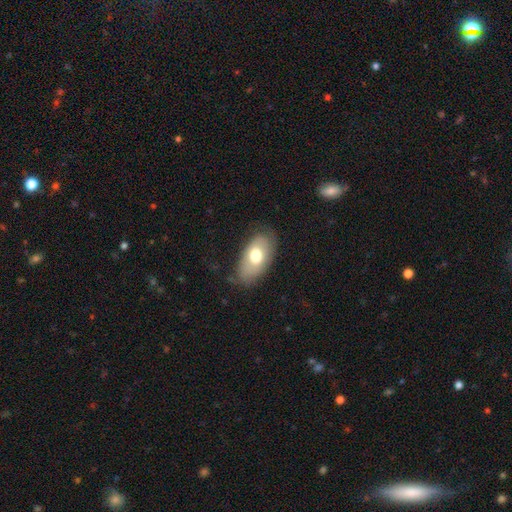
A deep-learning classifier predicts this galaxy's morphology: smooth_or_featured: smooth (p=0.65) [alt: featured or disk p=0.28]
how_rounded: in between (p=0.93) [alt: round p=0.04]
merging: none (p=0.67) [alt: minor disturbance p=0.24]